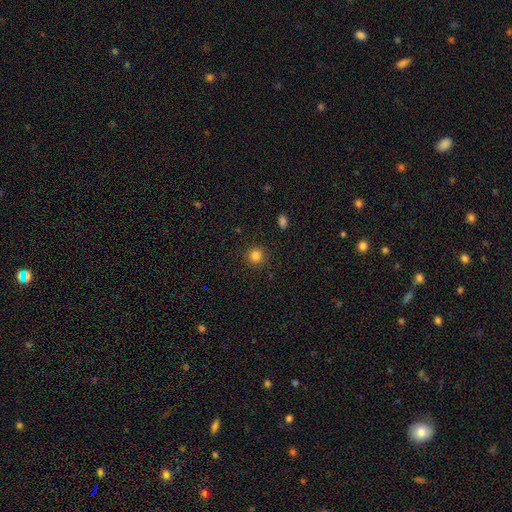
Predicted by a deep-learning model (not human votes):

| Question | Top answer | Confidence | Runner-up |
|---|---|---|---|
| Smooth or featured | smooth | 83% | star or artifact (12%) |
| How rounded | round | 94% | in between (6%) |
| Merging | none | 90% | minor disturbance (6%) |